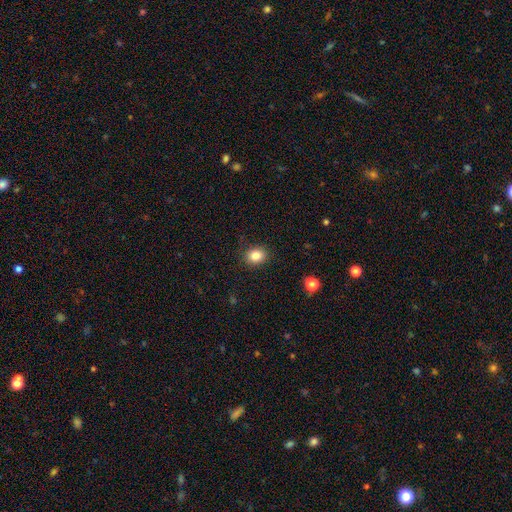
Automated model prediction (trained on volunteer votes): smooth_or_featured: smooth (p=0.84) [alt: star or artifact p=0.10]
how_rounded: round (p=0.58) [alt: in between p=0.41]
merging: none (p=0.88) [alt: minor disturbance p=0.08]